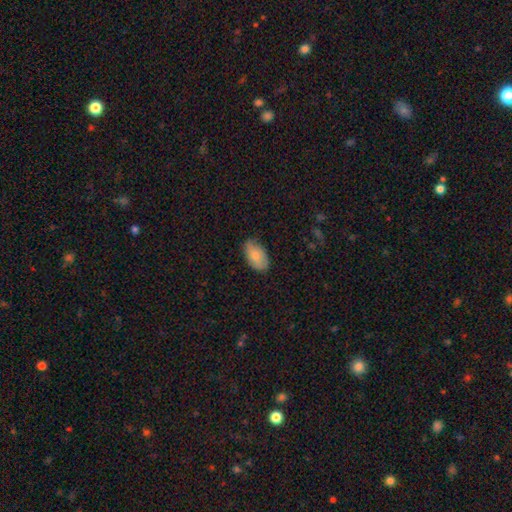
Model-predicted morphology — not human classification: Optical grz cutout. It shows a smooth galaxy with no disk features (80%) that is in between round and cigar-shaped (94%). Merging: none (75%).